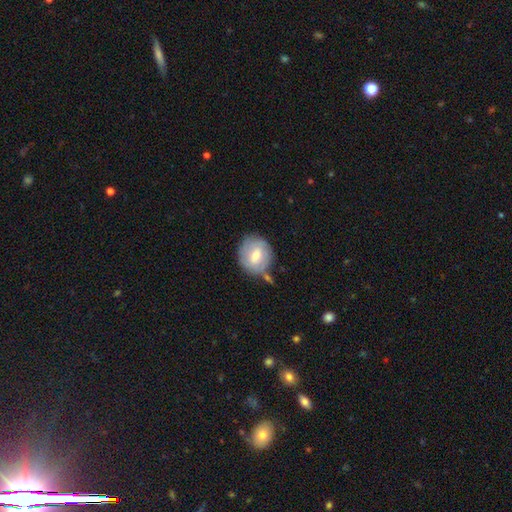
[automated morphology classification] This is possibly a smooth galaxy (59%). How rounded: clearly round (81%). Merging: likely none (70%).